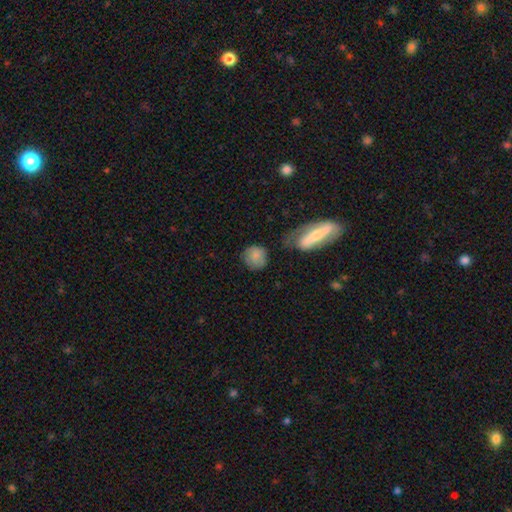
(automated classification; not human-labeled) Smooth or featured? Predicted: smooth (p=0.75). How rounded? Predicted: round (p=0.80). Merging? Predicted: none (p=0.63).